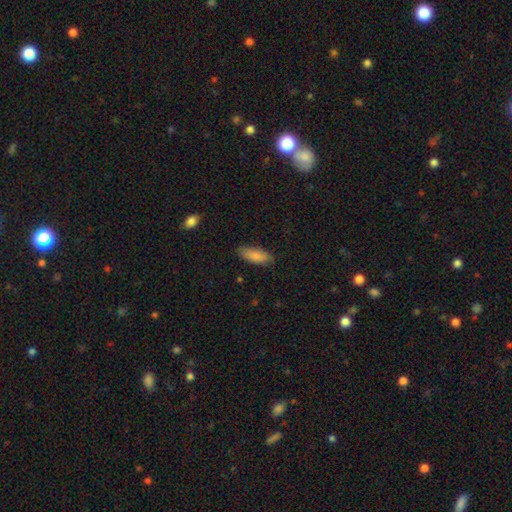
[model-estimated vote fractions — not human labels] The model was most divided on "how rounded": in between: 74%, cigar-shaped: 24%, round: 2%. More confident: smooth or featured — smooth (86%); merging — none (82%).